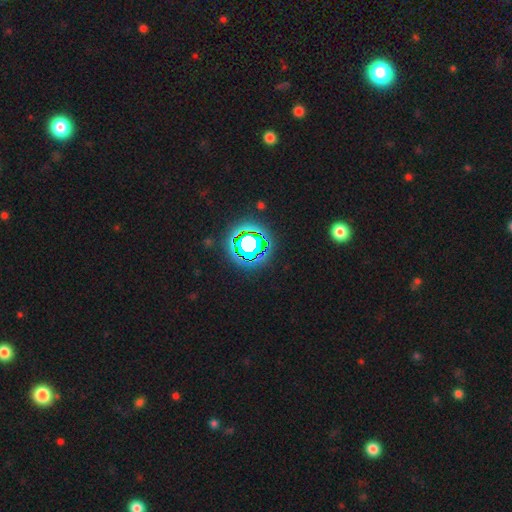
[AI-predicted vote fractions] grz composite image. It shows a star or artifact, not a galaxy (78%).